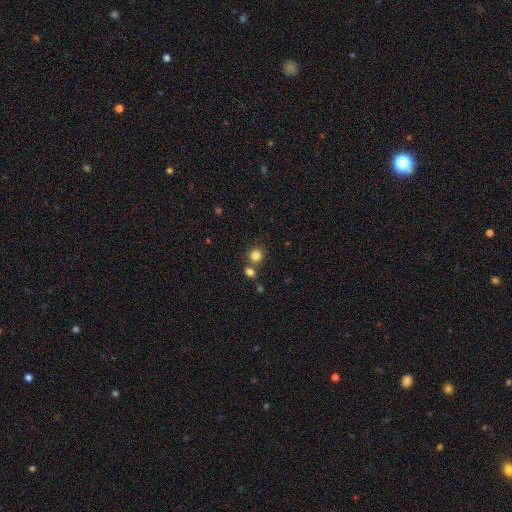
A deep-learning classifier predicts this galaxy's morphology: smooth_or_featured: smooth (p=0.83) [alt: star or artifact p=0.12]
how_rounded: round (p=0.85) [alt: in between p=0.14]
merging: none (p=0.68) [alt: merger p=0.21]